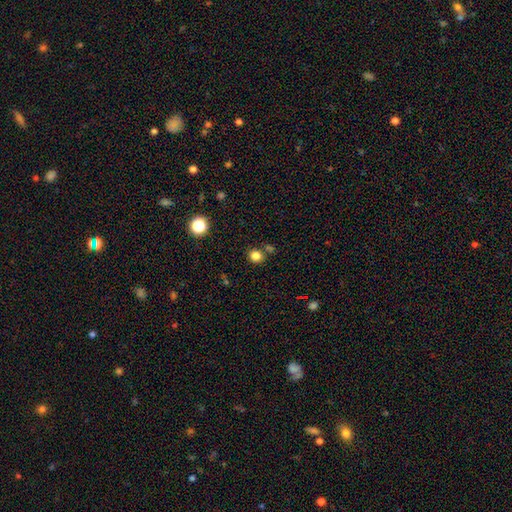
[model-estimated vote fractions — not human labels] Morphology: type=smooth (82%); roundness=round (81%); merging=none (77%).